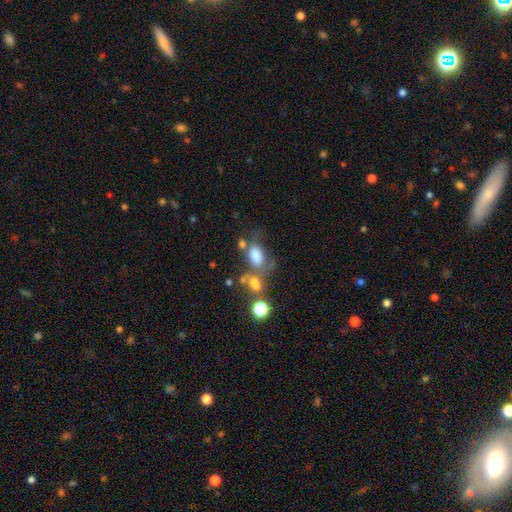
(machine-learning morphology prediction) Q: Smooth or featured?
A: smooth (72%); runner-up: featured or disk (15%)
Q: How rounded?
A: in between (81%); runner-up: round (17%)
Q: Merging?
A: merger (36%); runner-up: none (31%)